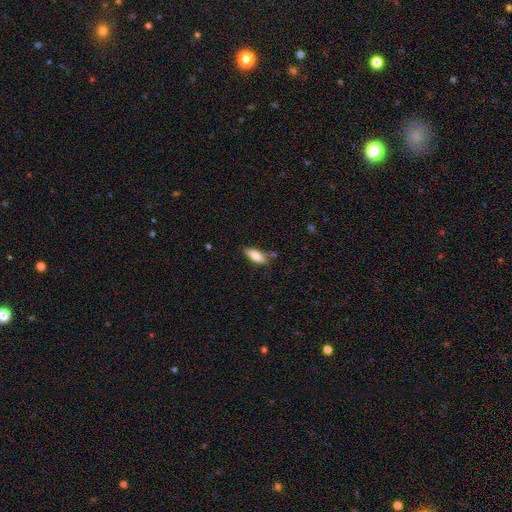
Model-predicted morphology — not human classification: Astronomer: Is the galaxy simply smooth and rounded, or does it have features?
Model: smooth — 75%.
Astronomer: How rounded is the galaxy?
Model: in between — 65%.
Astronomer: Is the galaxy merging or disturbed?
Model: none — 68%.